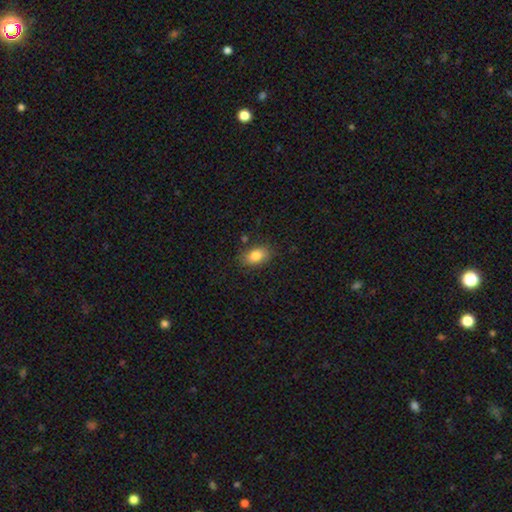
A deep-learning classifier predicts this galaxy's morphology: smooth-or-featured: smooth: 82% | featured or disk: 9% | star or artifact: 9%
  how-rounded: in between: 85% | round: 13% | cigar-shaped: 2%
  merging: none: 83% | minor disturbance: 12% | major disturbance: 3% | merger: 2%